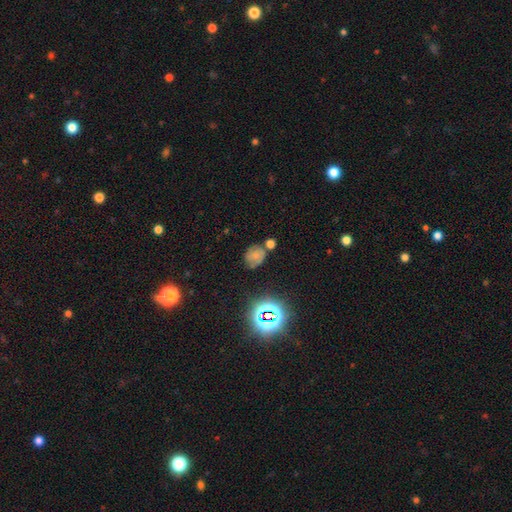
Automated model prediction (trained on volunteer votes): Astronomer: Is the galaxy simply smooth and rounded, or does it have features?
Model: smooth — 48% (runner-up: featured or disk, 28%).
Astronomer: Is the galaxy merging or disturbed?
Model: none — 58%.